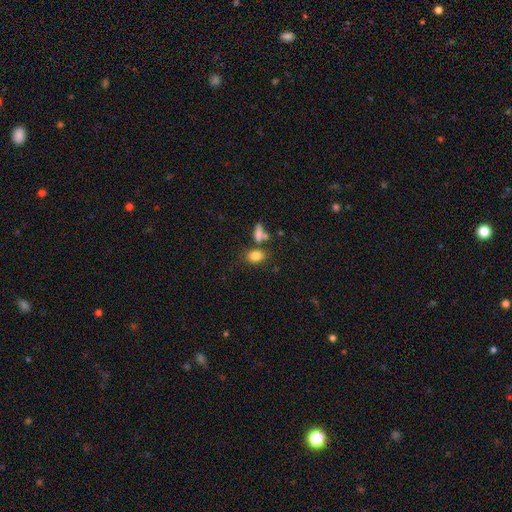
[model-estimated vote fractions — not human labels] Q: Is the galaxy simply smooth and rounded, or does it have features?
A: smooth — 82%.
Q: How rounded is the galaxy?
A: in between — 71%.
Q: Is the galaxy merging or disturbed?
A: none — 60%.